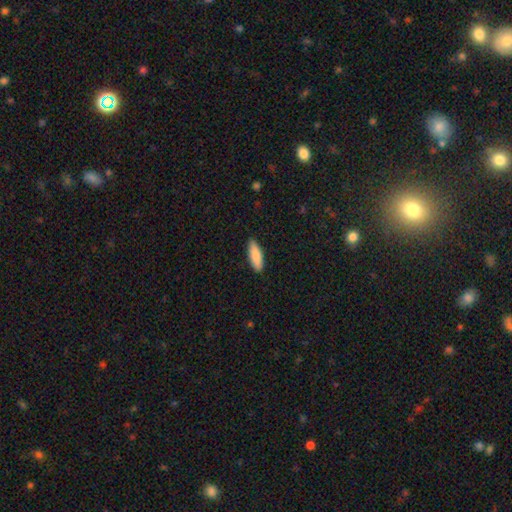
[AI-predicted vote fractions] Smooth or featured? smooth (87%)
How rounded? in between (53%)
Merging? none (90%)